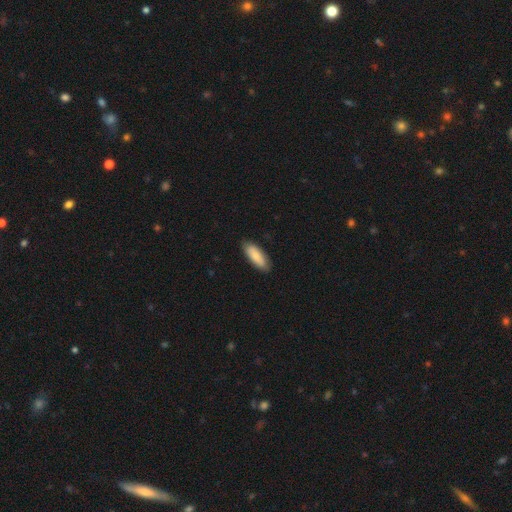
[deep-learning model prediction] Smooth or featured: smooth — 83% (featured or disk — 12%)
How rounded: in between — 68% (cigar-shaped — 30%)
Merging: none — 86% (minor disturbance — 11%)